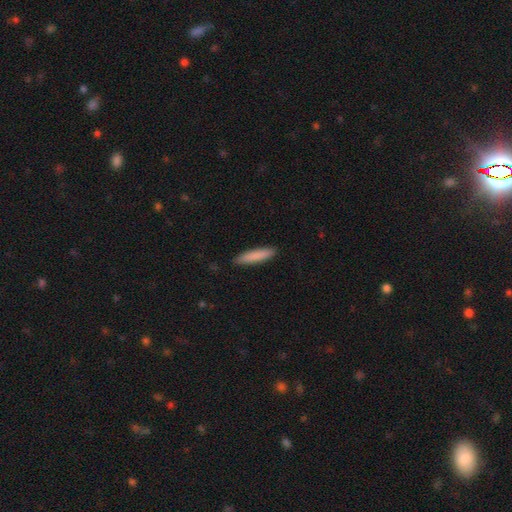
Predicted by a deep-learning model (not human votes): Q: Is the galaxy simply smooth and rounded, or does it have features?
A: smooth — 84%.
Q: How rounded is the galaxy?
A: cigar-shaped — 88%.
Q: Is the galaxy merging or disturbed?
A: none — 88%.